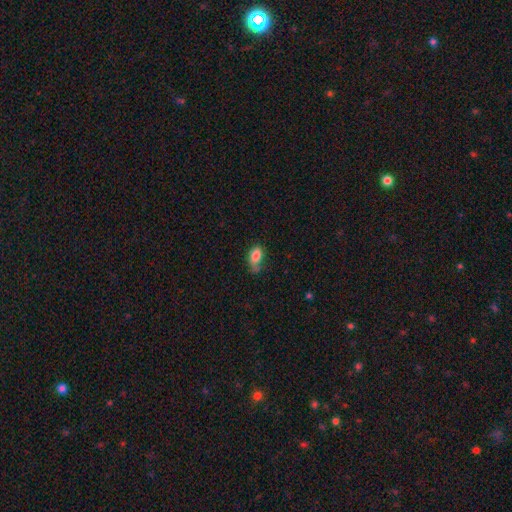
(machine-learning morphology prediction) Smooth or featured?
  - smooth: 82% *
  - featured or disk: 10%
  - star or artifact: 8%
How rounded?
  - in between: 87% *
  - round: 9%
  - cigar-shaped: 4%
Merging?
  - none: 40% *
  - minor disturbance: 37%
  - major disturbance: 17%
  - merger: 5%